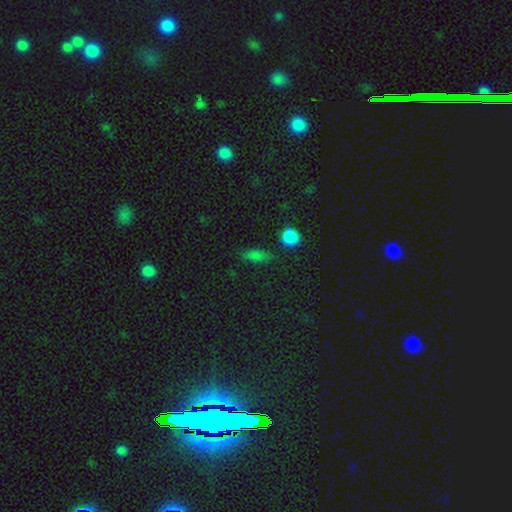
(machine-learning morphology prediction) Smooth or featured: smooth — 67% (star or artifact — 21%)
How rounded: in between — 60% (cigar-shaped — 29%)
Merging: none — 76% (minor disturbance — 15%)